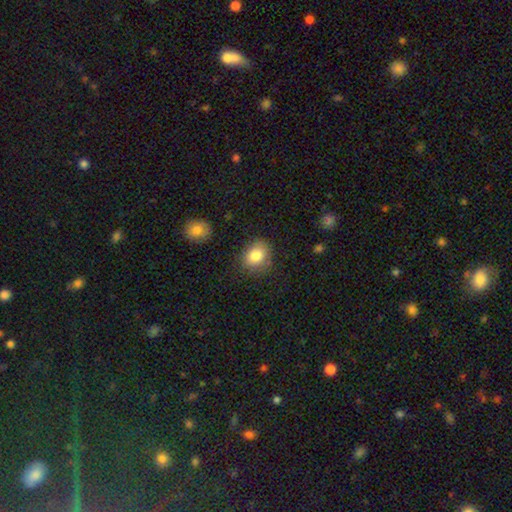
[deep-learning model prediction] smooth-or-featured: smooth: 82% | featured or disk: 9% | star or artifact: 9%
  how-rounded: round: 55% | in between: 44% | cigar-shaped: 1%
  merging: none: 80% | minor disturbance: 15% | major disturbance: 4% | merger: 2%